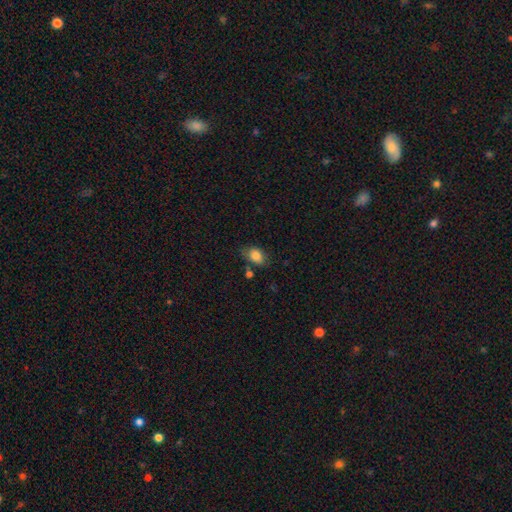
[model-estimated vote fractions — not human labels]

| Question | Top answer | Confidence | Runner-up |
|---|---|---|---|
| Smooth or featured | smooth | 84% | star or artifact (8%) |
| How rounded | in between | 82% | round (16%) |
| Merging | none | 64% | minor disturbance (23%) |